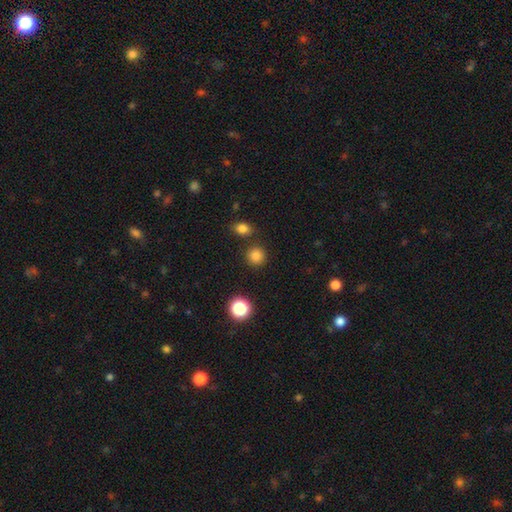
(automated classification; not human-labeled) A smooth galaxy with no disk features (83%) that is round (91%). Merging: none (85%).